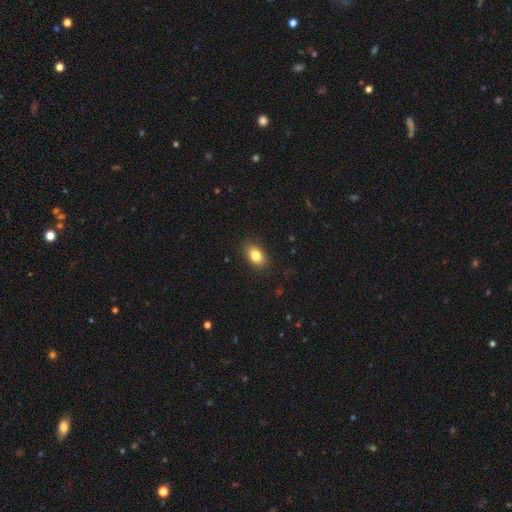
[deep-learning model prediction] The model was most divided on "how rounded": in between: 87%, round: 12%, cigar-shaped: 2%. More confident: merging — none (87%); smooth or featured — smooth (84%).